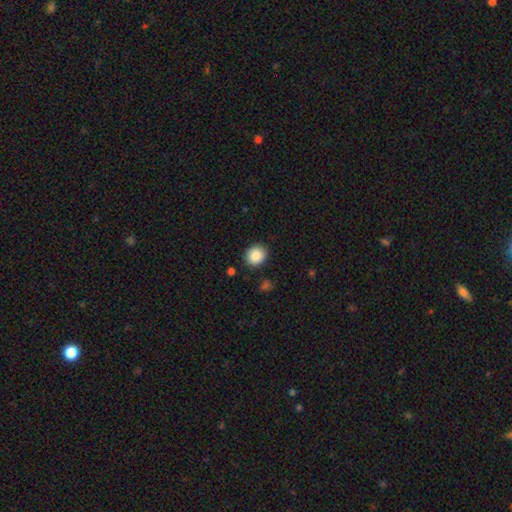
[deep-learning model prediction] Morphology: type=smooth (88%); roundness=round (74%); merging=none (88%).